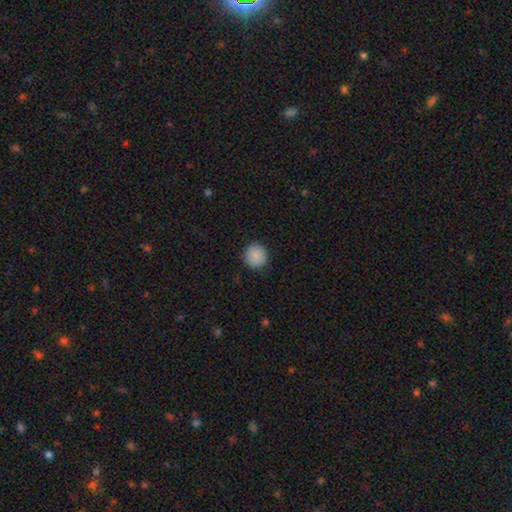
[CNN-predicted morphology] type=smooth (89%); roundness=round (92%); merging=none (90%).